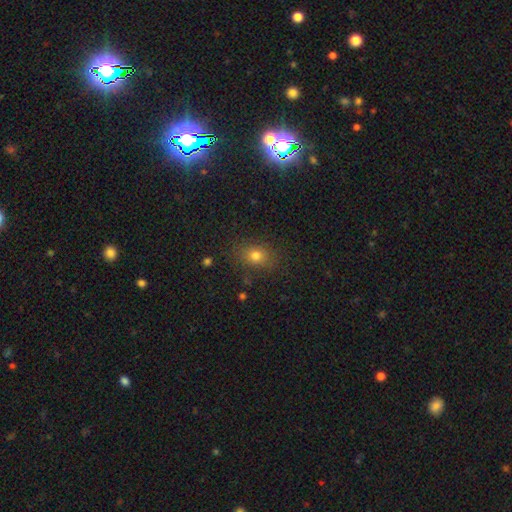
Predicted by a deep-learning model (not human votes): smooth-or-featured: smooth: 75% | star or artifact: 15% | featured or disk: 10%
  how-rounded: in between: 55% | round: 43% | cigar-shaped: 2%
  merging: none: 82% | minor disturbance: 12% | major disturbance: 4% | merger: 2%